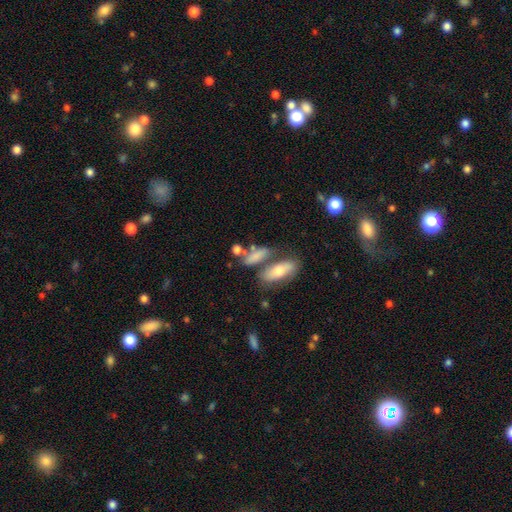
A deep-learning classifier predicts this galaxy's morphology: Overall: smooth (72%). How rounded: in between (60%; cigar-shaped 33%). Merging: none (44%; merger 33%).